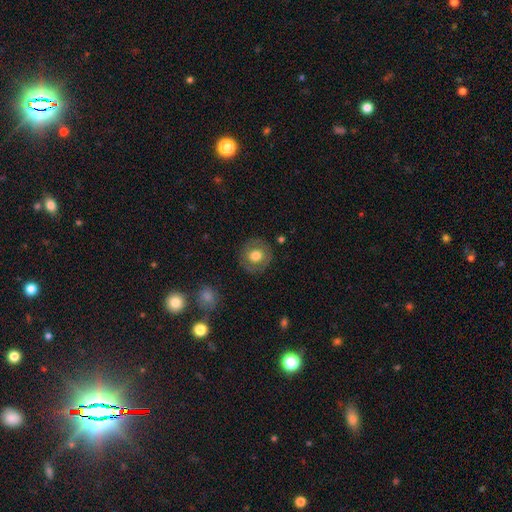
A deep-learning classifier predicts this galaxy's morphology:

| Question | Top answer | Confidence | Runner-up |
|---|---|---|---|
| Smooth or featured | smooth | 69% | featured or disk (23%) |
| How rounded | round | 90% | in between (9%) |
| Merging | none | 86% | minor disturbance (9%) |